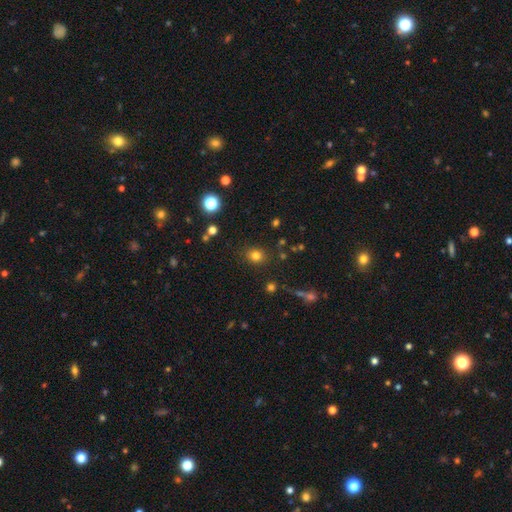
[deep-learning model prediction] Morphology: type=smooth (79%); roundness=round (72%); merging=none (85%).